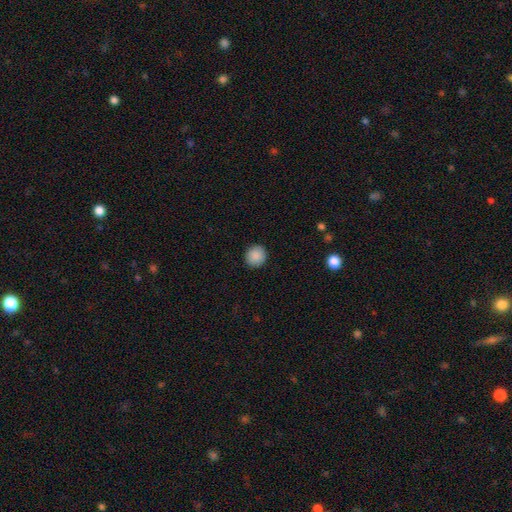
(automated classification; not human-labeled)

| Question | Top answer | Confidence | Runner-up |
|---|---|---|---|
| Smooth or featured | smooth | 89% | star or artifact (8%) |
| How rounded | round | 92% | in between (7%) |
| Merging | none | 92% | minor disturbance (5%) |